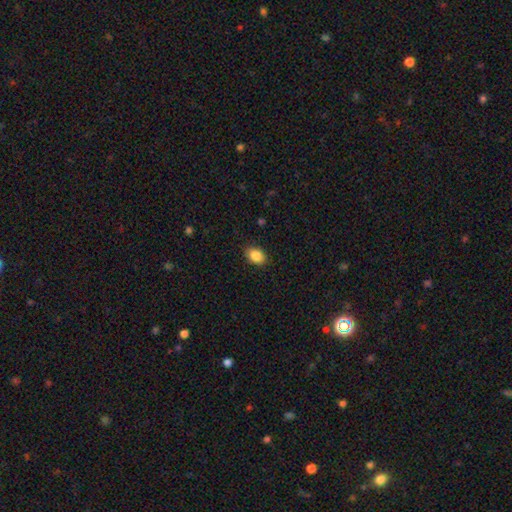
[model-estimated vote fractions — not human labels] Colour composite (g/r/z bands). It shows a smooth galaxy with no disk features (87%) that is in between round and cigar-shaped (76%). Merging: none (88%).